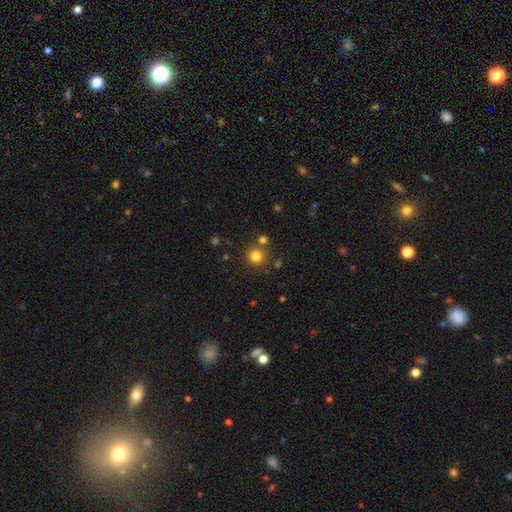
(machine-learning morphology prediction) Overall: smooth (80%). How rounded: round (90%). Merging: none (77%).